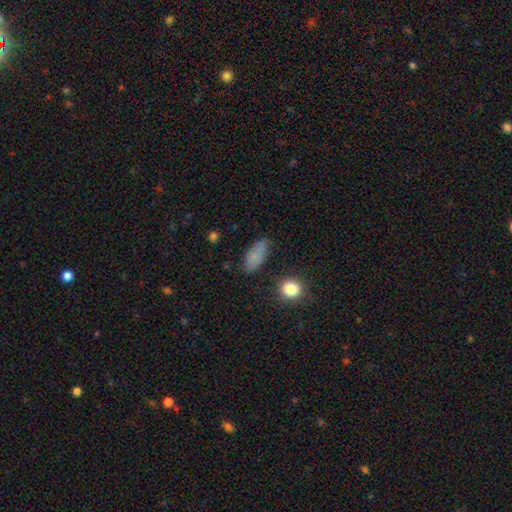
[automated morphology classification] Overall: smooth (76%). How rounded: in between (88%). Merging: none (72%).